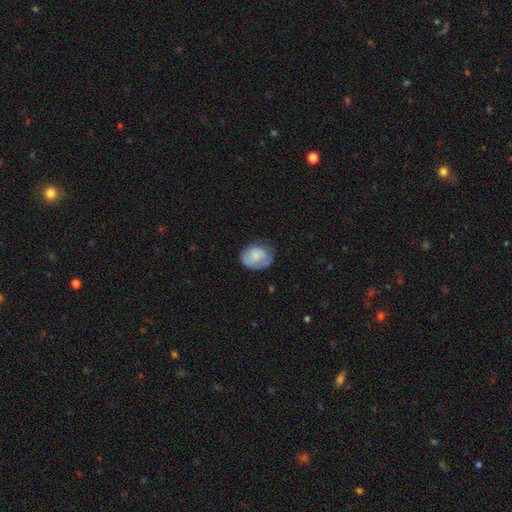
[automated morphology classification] smooth_or_featured: smooth (p=0.73) [alt: featured or disk p=0.20]
how_rounded: in between (p=0.55) [alt: round p=0.44]
merging: none (p=0.53) [alt: minor disturbance p=0.32]